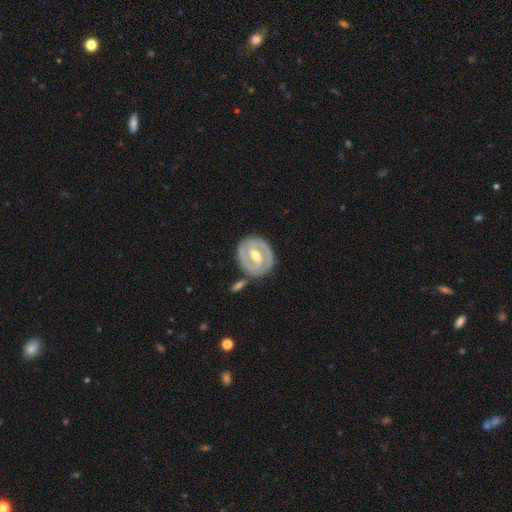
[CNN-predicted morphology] featured or disk 81%, smooth 14%, star or artifact 4%. Down the decision tree: edge-on disk — no (96%); bar — strong (45%); spiral arms — yes (81%); spiral arm count — 2 (81%); spiral winding — tight (66%); bulge size — moderate (72%); merging — none (78%).